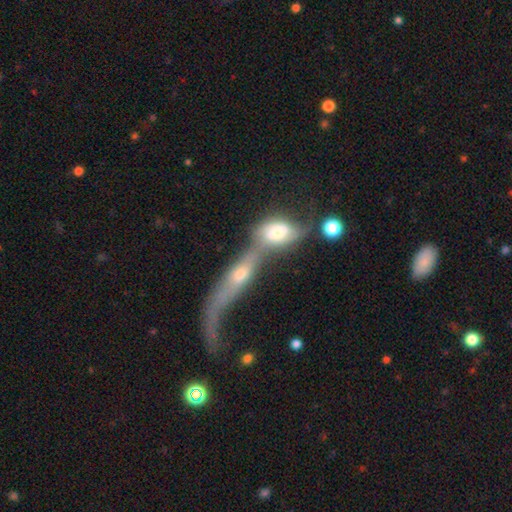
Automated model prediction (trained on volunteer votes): This appears to be a featured or disk galaxy (51%). Merging: merger (74%).